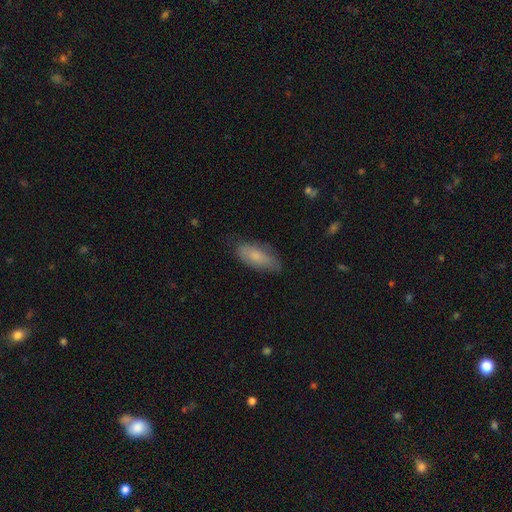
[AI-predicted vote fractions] Smooth or featured: smooth — 77% (featured or disk — 17%)
How rounded: in between — 82% (cigar-shaped — 16%)
Merging: none — 74% (minor disturbance — 20%)